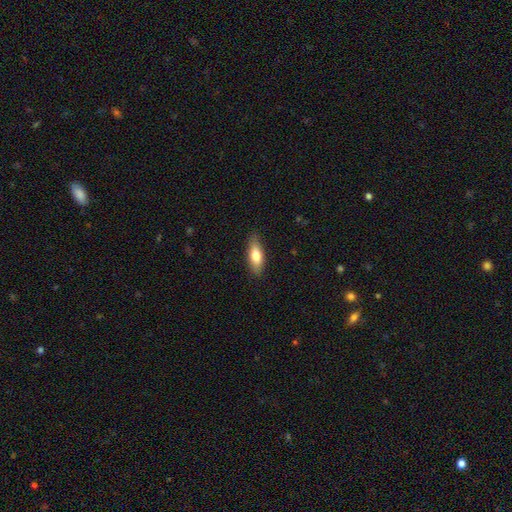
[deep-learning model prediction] Morphology: type=smooth (73%); roundness=in between (67%); merging=none (83%).